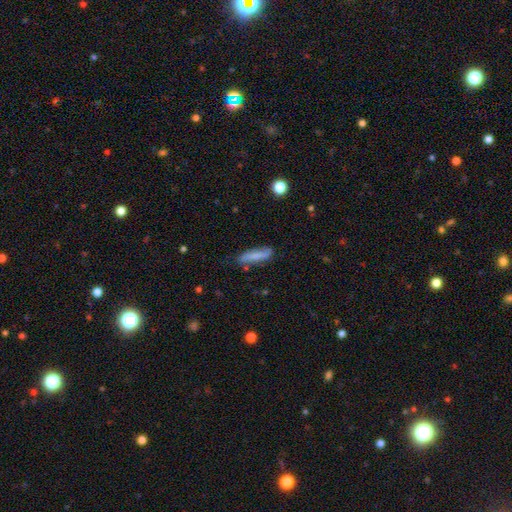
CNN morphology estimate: Smooth or featured?
  - smooth: 67% *
  - featured or disk: 26%
  - star or artifact: 7%
How rounded?
  - cigar-shaped: 79% *
  - in between: 19%
  - round: 2%
Merging?
  - none: 73% *
  - minor disturbance: 20%
  - major disturbance: 4%
  - merger: 3%